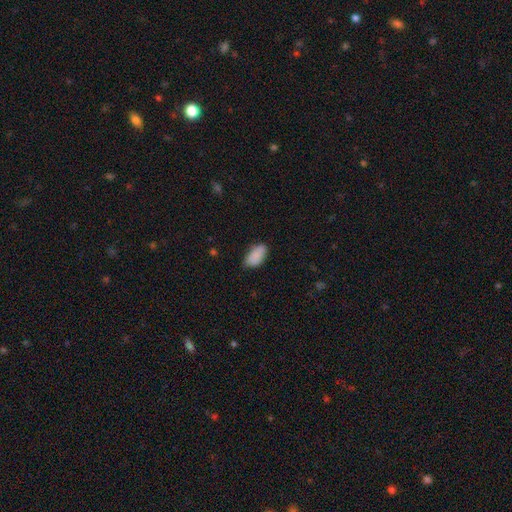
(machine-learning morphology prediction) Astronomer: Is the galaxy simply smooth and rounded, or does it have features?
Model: smooth — 87%.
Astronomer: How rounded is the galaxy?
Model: in between — 93%.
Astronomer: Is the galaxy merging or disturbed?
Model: none — 69%.